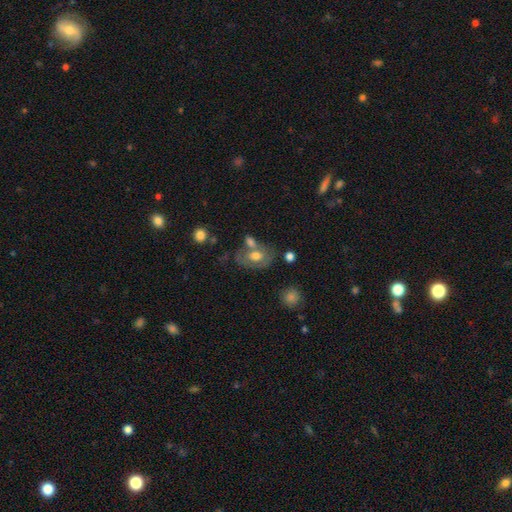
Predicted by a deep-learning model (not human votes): Q: Smooth or featured?
A: smooth (53%); runner-up: featured or disk (39%)
Q: How rounded?
A: in between (80%); runner-up: round (18%)
Q: Merging?
A: none (40%); runner-up: merger (32%)